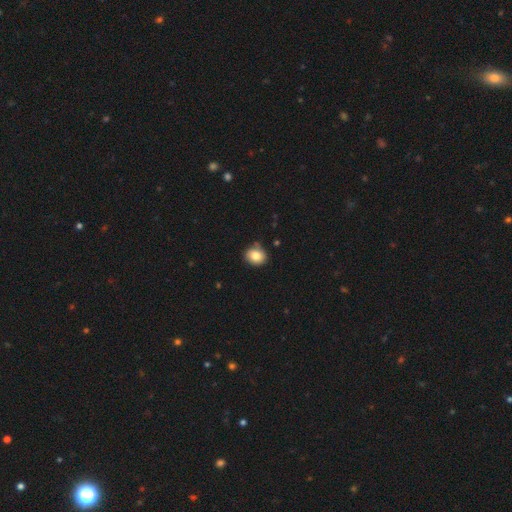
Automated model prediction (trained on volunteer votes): Overall: smooth (83%). How rounded: round (67%; in between 32%). Merging: none (78%).